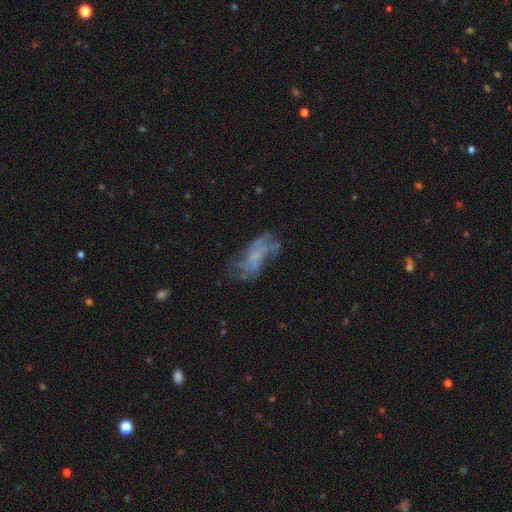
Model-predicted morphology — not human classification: Q: Smooth or featured?
A: featured or disk (57%); runner-up: smooth (29%)
Q: Edge-on disk?
A: no (94%); runner-up: yes (6%)
Q: Bar?
A: no (74%); runner-up: weak (21%)
Q: Spiral arms?
A: no (54%); runner-up: yes (46%)
Q: Bulge size?
A: none (60%); runner-up: small (25%)
Q: Merging?
A: none (43%); runner-up: major disturbance (29%)